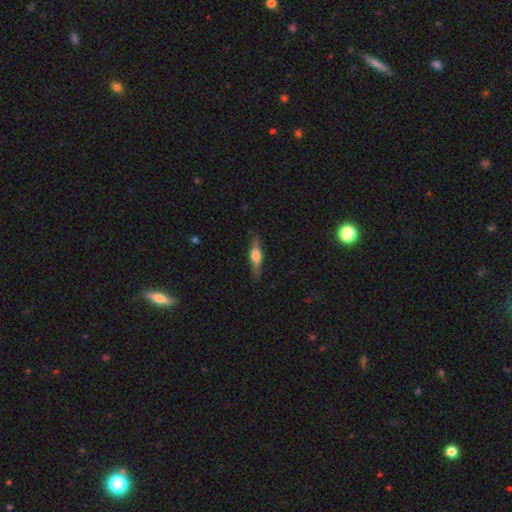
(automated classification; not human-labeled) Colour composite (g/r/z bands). It shows a featured or disk galaxy (58%) viewed edge-on (94%) with a rounded central bulge (86%). Merging: none (82%).